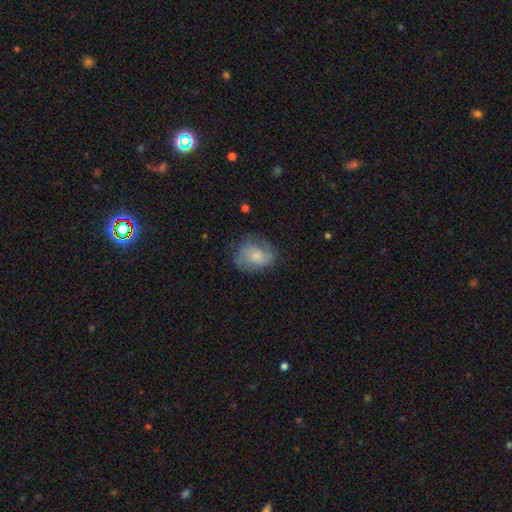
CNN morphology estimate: This is likely a smooth galaxy (62%). How rounded: possibly round (50%). Merging: likely none (61%).